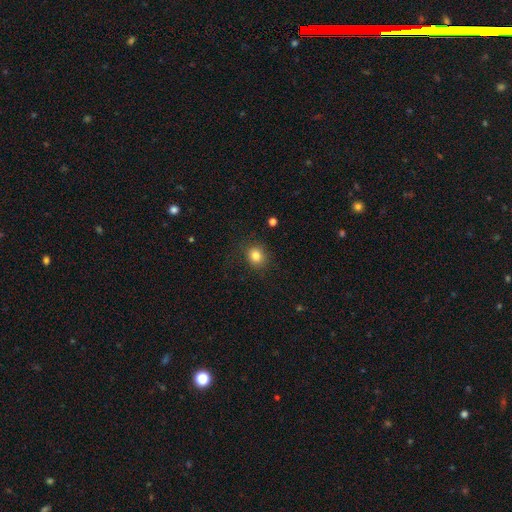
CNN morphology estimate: Smooth or featured?
  - smooth: 83% *
  - star or artifact: 12%
  - featured or disk: 6%
How rounded?
  - round: 79% *
  - in between: 20%
  - cigar-shaped: 1%
Merging?
  - none: 86% *
  - minor disturbance: 10%
  - major disturbance: 3%
  - merger: 1%